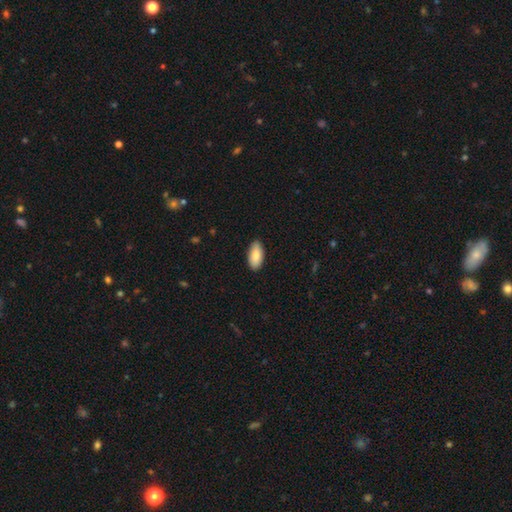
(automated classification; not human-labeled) Q: Smooth or featured?
A: smooth (85%); runner-up: featured or disk (9%)
Q: How rounded?
A: in between (91%); runner-up: cigar-shaped (7%)
Q: Merging?
A: none (88%); runner-up: minor disturbance (9%)